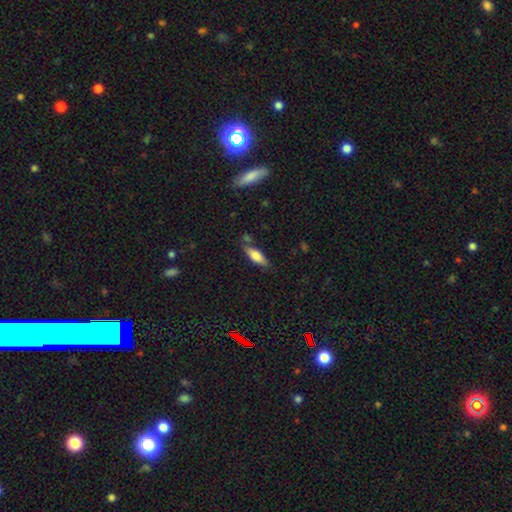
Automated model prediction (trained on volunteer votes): smooth-or-featured: smooth: 71% | featured or disk: 22% | star or artifact: 7%
  how-rounded: in between: 57% | cigar-shaped: 41% | round: 2%
  merging: none: 72% | minor disturbance: 18% | merger: 6% | major disturbance: 4%